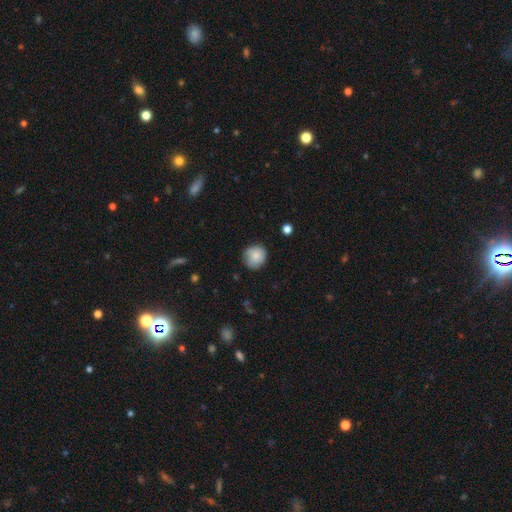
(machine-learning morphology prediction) Smooth or featured?
  - smooth: 81% *
  - featured or disk: 11%
  - star or artifact: 8%
How rounded?
  - round: 86% *
  - in between: 13%
  - cigar-shaped: 1%
Merging?
  - none: 76% *
  - minor disturbance: 19%
  - major disturbance: 4%
  - merger: 1%